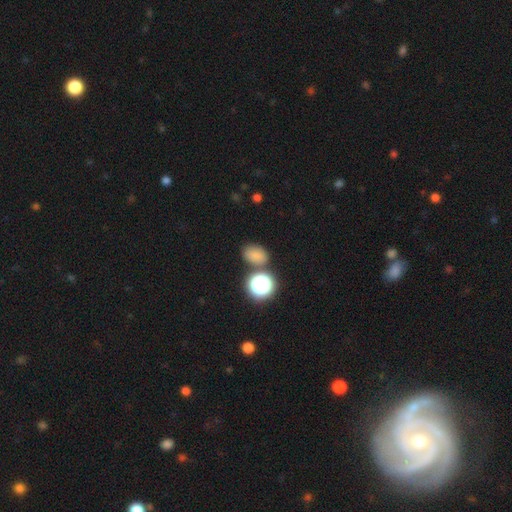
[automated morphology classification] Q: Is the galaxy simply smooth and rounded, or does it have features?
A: smooth — 78%.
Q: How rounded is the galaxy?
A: in between — 70%.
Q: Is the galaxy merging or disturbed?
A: none — 72%.